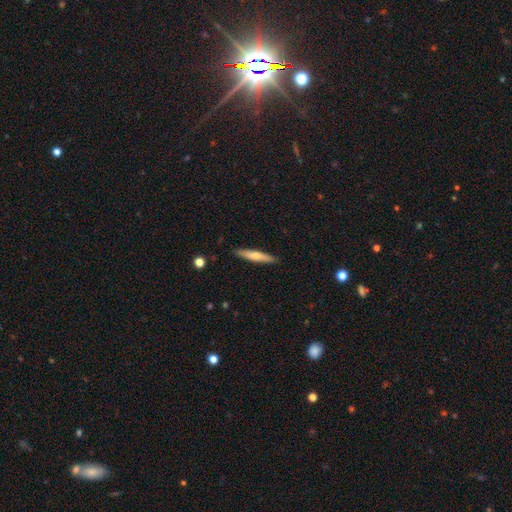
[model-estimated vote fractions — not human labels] Q: Smooth or featured?
A: smooth (56%); runner-up: featured or disk (38%)
Q: How rounded?
A: cigar-shaped (90%); runner-up: in between (8%)
Q: Merging?
A: none (90%); runner-up: minor disturbance (8%)